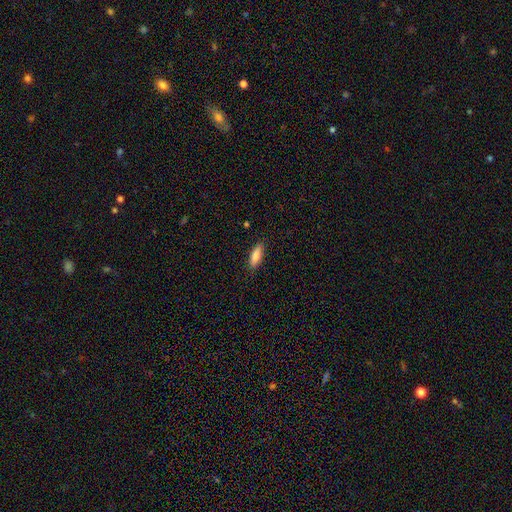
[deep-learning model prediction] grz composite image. It shows a smooth galaxy with no disk features (83%) that is in between round and cigar-shaped (57%). Merging: none (88%).